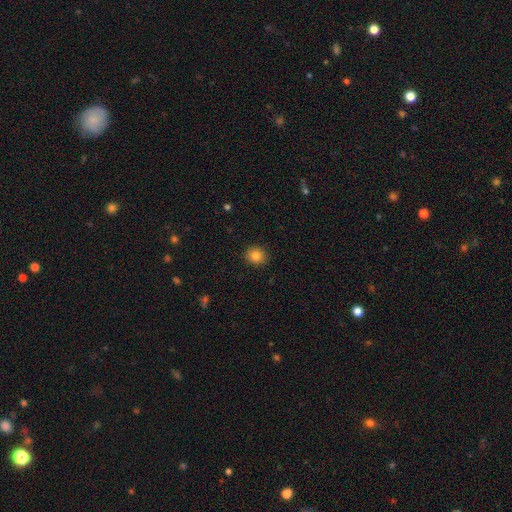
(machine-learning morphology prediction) The model was most divided on "how rounded": round: 83%, in between: 16%, cigar-shaped: 1%. More confident: merging — none (91%); smooth or featured — smooth (84%).